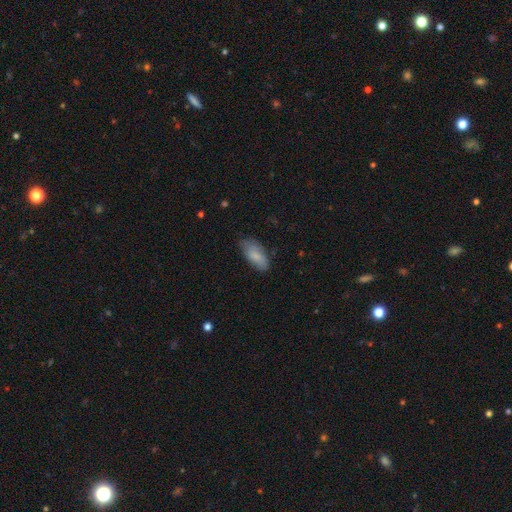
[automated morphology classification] Q: Smooth or featured?
A: smooth (81%); runner-up: featured or disk (12%)
Q: How rounded?
A: in between (89%); runner-up: cigar-shaped (9%)
Q: Merging?
A: none (68%); runner-up: minor disturbance (25%)